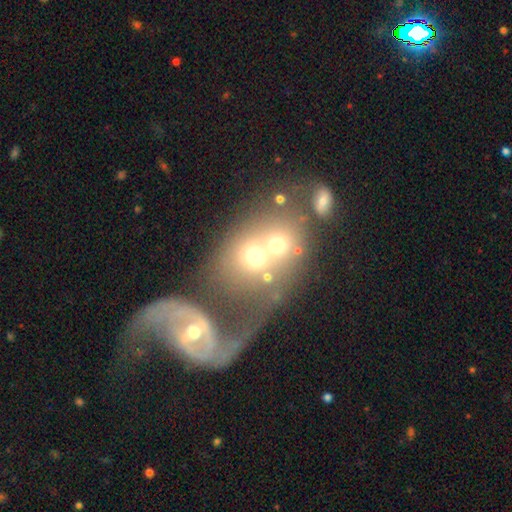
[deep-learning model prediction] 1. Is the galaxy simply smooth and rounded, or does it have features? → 50% smooth, 34% featured or disk, 16% star or artifact.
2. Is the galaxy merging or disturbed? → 66% merger, 16% none, 12% major disturbance, 7% minor disturbance.